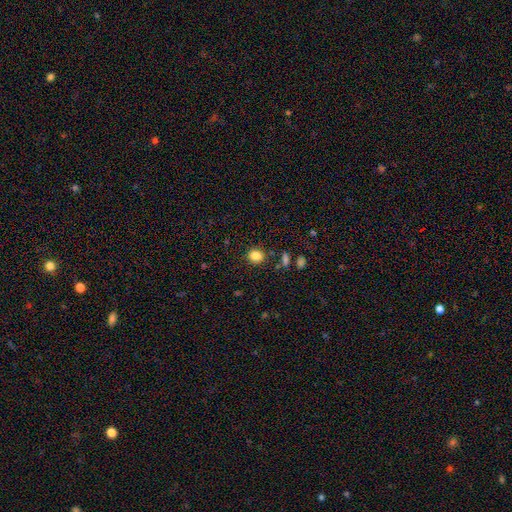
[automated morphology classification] Smooth or featured?
  - smooth: 85% *
  - star or artifact: 11%
  - featured or disk: 4%
How rounded?
  - round: 70% *
  - in between: 29%
  - cigar-shaped: 1%
Merging?
  - none: 86% *
  - minor disturbance: 8%
  - major disturbance: 3%
  - merger: 3%